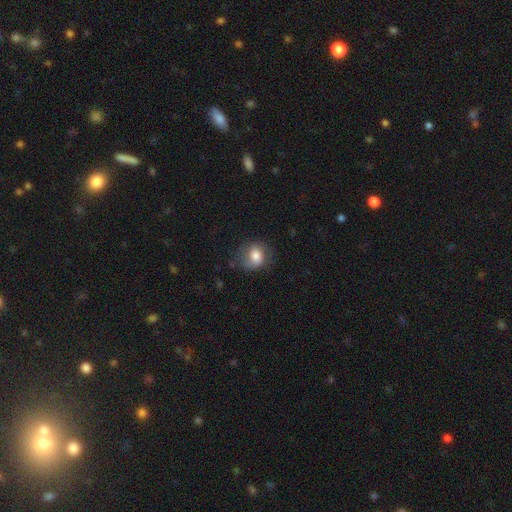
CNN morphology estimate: A smooth galaxy with no disk features (74%) that is round (58%). Merging: none (66%).